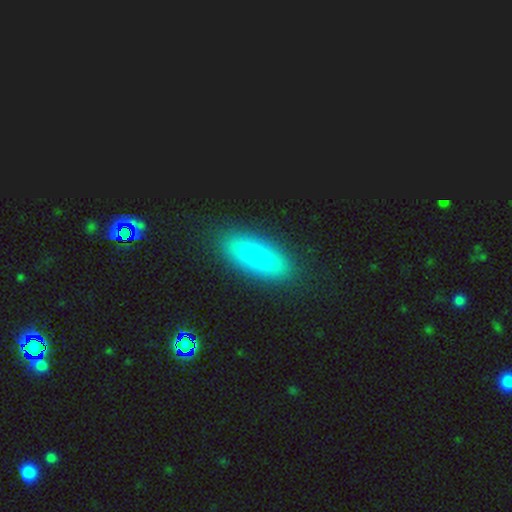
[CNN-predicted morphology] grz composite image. It shows a smooth galaxy with no disk features (77%) that is cigar-shaped (57%). Merging: none (88%).